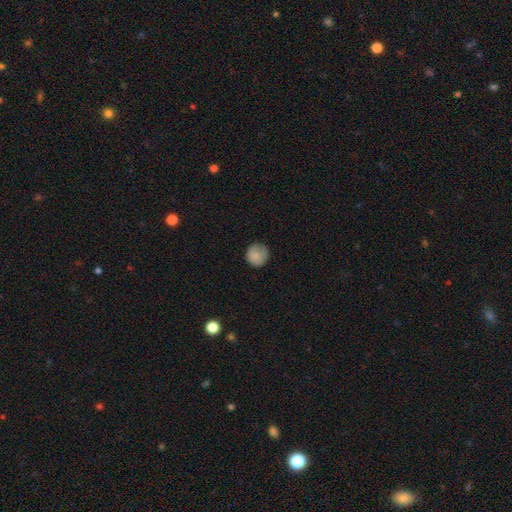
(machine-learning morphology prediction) The model was most divided on "merging": none: 79%, minor disturbance: 16%, major disturbance: 4%, merger: 1%. More confident: how rounded — round (92%); smooth or featured — smooth (84%).